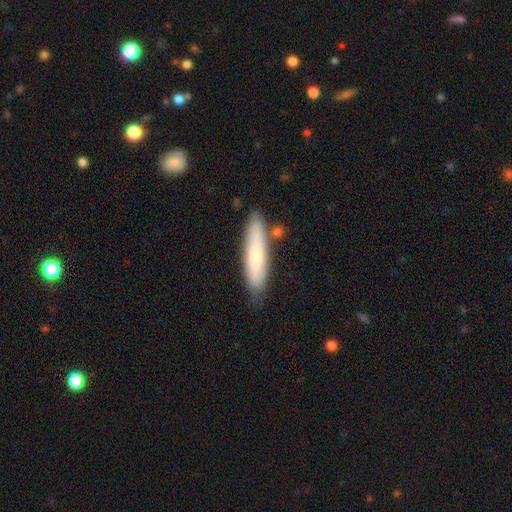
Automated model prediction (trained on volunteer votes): Smooth or featured?
  - smooth: 74% *
  - featured or disk: 20%
  - star or artifact: 6%
How rounded?
  - cigar-shaped: 79% *
  - in between: 20%
  - round: 1%
Merging?
  - none: 77% *
  - minor disturbance: 14%
  - merger: 6%
  - major disturbance: 3%